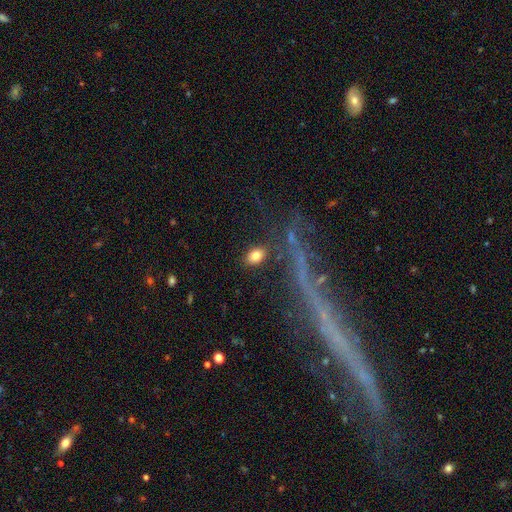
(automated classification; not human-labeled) A smooth galaxy with no disk features (79%) that is in between round and cigar-shaped (79%).

Vote fractions:
- Smooth or featured? smooth: 79% / featured or disk: 11% / star or artifact: 10%
- How rounded? in between: 79% / round: 19% / cigar-shaped: 2%
- Merging? none: 79% / minor disturbance: 11% / major disturbance: 5% / merger: 5%